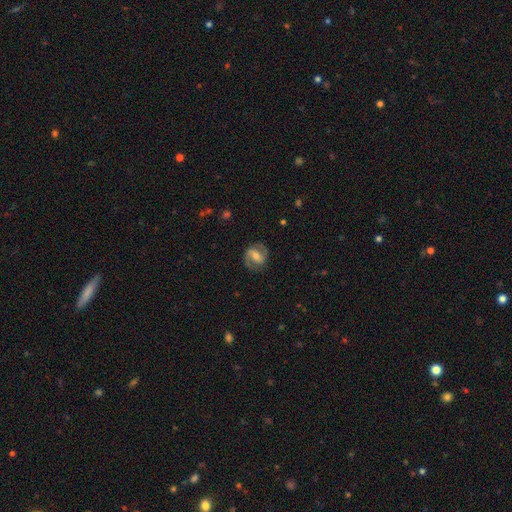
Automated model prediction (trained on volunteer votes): Overall: featured or disk (77%). Edge-on disk: no (97%). Bar: weak (44%; strong 35%). Spiral arms: yes (92%). Spiral arm count: 2 (90%). Spiral winding: medium (52%; tight 26%). Bulge size: moderate (51%; small 39%). Merging: none (82%).